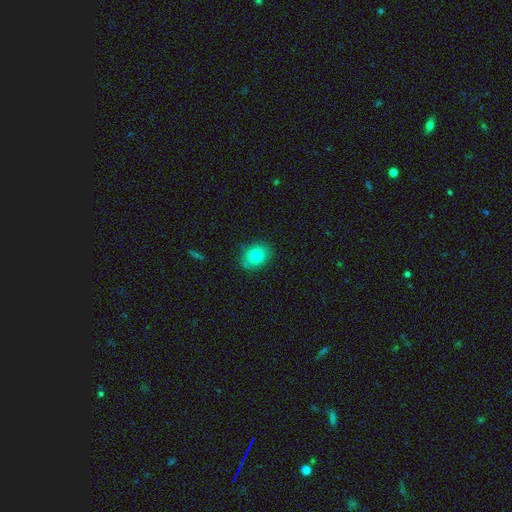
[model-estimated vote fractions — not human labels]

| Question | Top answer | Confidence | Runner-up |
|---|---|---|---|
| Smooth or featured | smooth | 81% | featured or disk (10%) |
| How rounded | in between | 55% | round (44%) |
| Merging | none | 84% | minor disturbance (13%) |